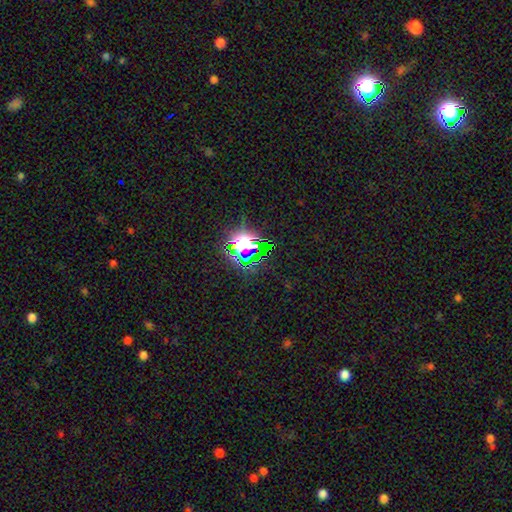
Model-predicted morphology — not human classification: The model was most divided on "smooth or featured": star or artifact: 75%, smooth: 15%, featured or disk: 10%.